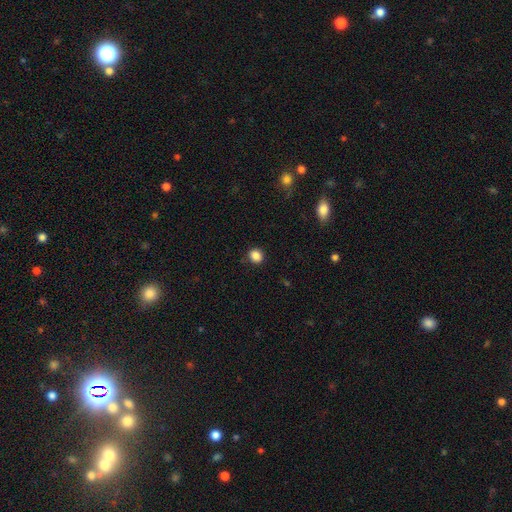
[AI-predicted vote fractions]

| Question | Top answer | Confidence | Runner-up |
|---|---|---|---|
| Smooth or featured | smooth | 86% | star or artifact (10%) |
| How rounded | round | 69% | in between (30%) |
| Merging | none | 88% | minor disturbance (9%) |